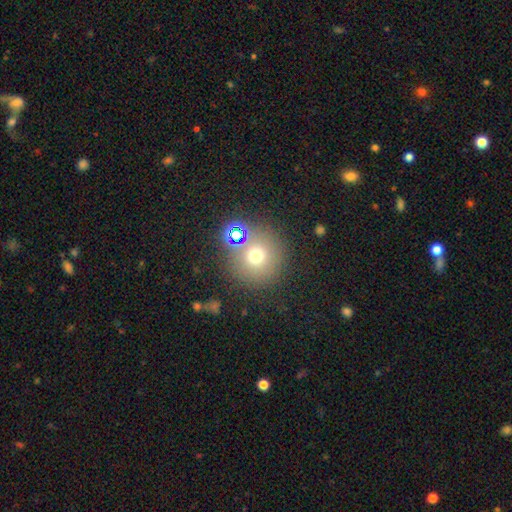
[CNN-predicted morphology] smooth 66%, star or artifact 22%, featured or disk 12%. Down the decision tree: how rounded — round (94%); merging — none (79%).